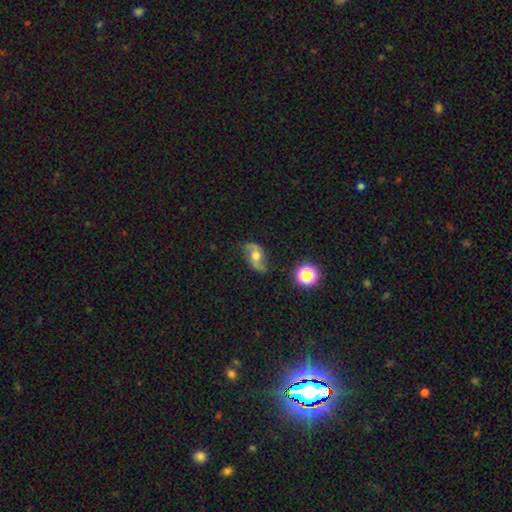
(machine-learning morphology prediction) This is likely a featured or disk galaxy (76%). It is clearly not viewed edge-on (96%). Bar: possibly no (57%). Spiral arm pattern: clearly yes (93%). Spiral arm count: clearly 2 (92%). Spiral winding: likely loose (75%). Central bulge: likely moderate (66%). Merging: likely none (72%).